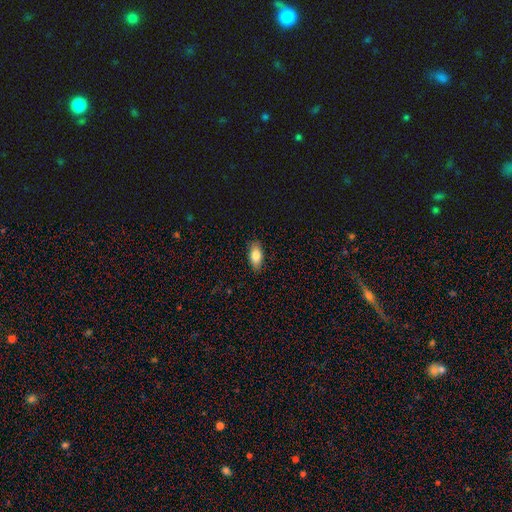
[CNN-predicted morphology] Overall: smooth (82%). How rounded: in between (88%). Merging: none (87%).